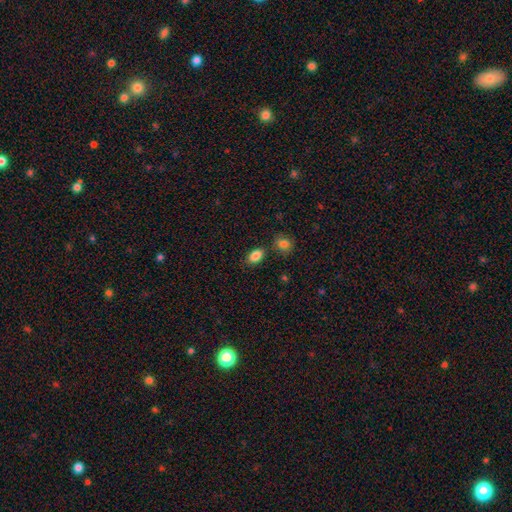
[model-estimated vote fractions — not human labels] smooth_or_featured: smooth (p=0.87) [alt: star or artifact p=0.09]
how_rounded: in between (p=0.85) [alt: round p=0.13]
merging: none (p=0.78) [alt: minor disturbance p=0.12]